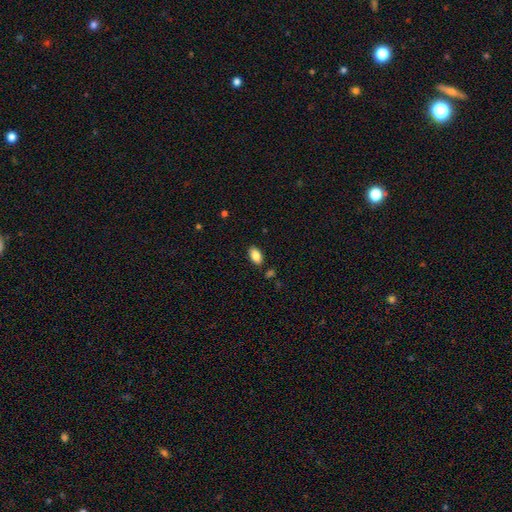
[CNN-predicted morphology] smooth-or-featured: smooth: 85% | star or artifact: 8% | featured or disk: 7%
  how-rounded: in between: 92% | round: 5% | cigar-shaped: 2%
  merging: none: 86% | minor disturbance: 9% | merger: 2% | major disturbance: 2%